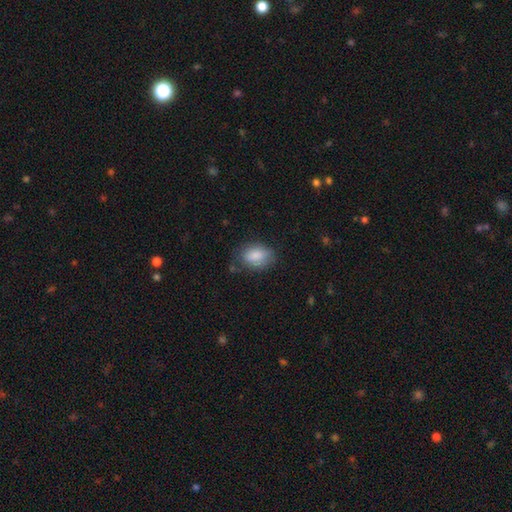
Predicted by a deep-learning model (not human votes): smooth 85%, featured or disk 8%, star or artifact 7%. Down the decision tree: how rounded — in between (81%); merging — none (69%).